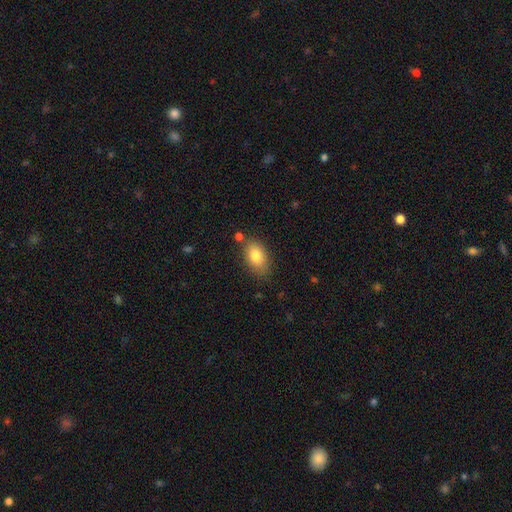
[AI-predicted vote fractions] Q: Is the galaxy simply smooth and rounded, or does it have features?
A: smooth — 82%.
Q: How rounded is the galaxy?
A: in between — 89%.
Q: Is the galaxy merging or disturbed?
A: none — 76%.